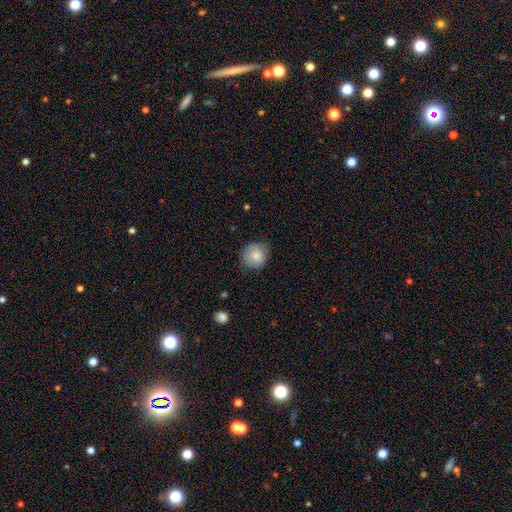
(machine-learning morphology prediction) The model was most divided on "merging": none: 71%, minor disturbance: 23%, major disturbance: 4%, merger: 1%. More confident: how rounded — round (87%); smooth or featured — smooth (82%).